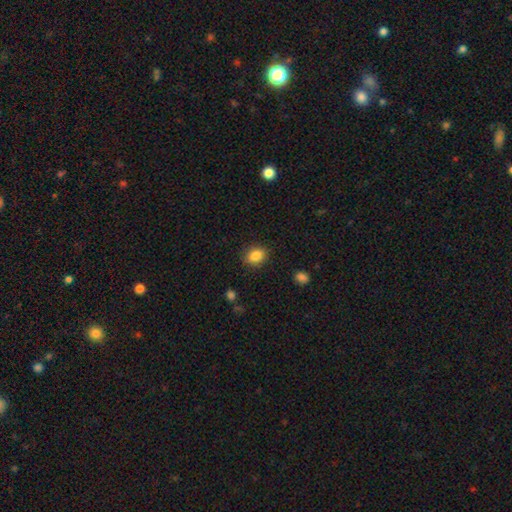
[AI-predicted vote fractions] smooth_or_featured: smooth (p=0.86) [alt: star or artifact p=0.09]
how_rounded: in between (p=0.52) [alt: round p=0.47]
merging: none (p=0.84) [alt: minor disturbance p=0.11]